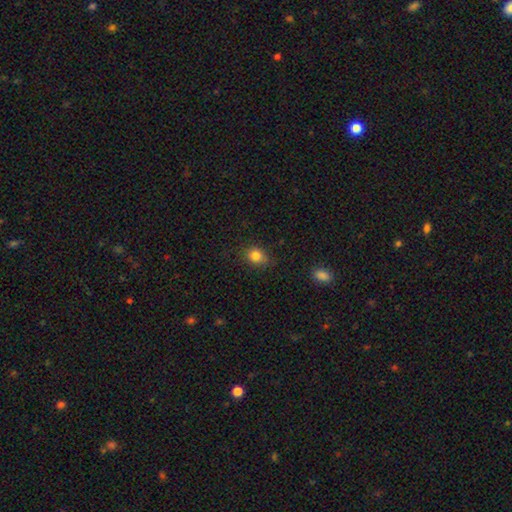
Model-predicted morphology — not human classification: The model was most divided on "how rounded": round: 58%, in between: 41%, cigar-shaped: 1%. More confident: smooth or featured — smooth (82%); merging — none (80%).